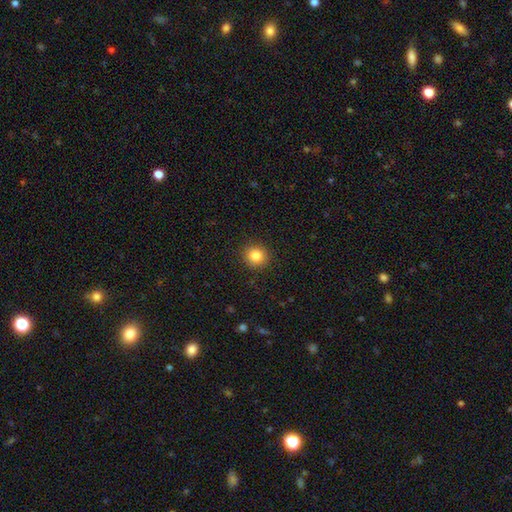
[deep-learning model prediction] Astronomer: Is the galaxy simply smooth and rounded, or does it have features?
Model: smooth — 84%.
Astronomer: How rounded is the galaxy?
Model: round — 89%.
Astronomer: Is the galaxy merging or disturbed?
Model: none — 91%.